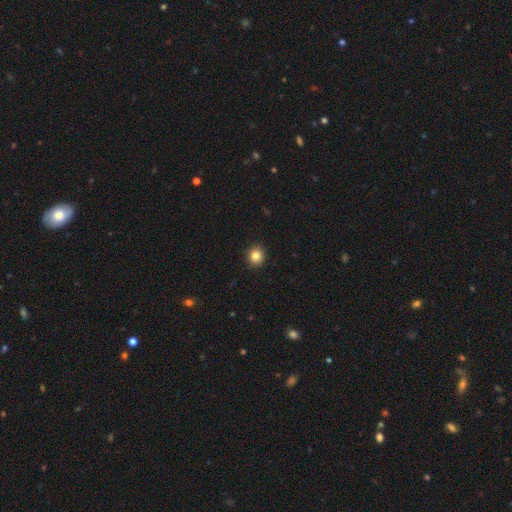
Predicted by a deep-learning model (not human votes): A smooth galaxy with no disk features (83%) that is round (87%).

Vote fractions:
- Smooth or featured? smooth: 83% / star or artifact: 11% / featured or disk: 6%
- How rounded? round: 87% / in between: 12% / cigar-shaped: 1%
- Merging? none: 92% / minor disturbance: 5% / major disturbance: 2% / merger: 1%